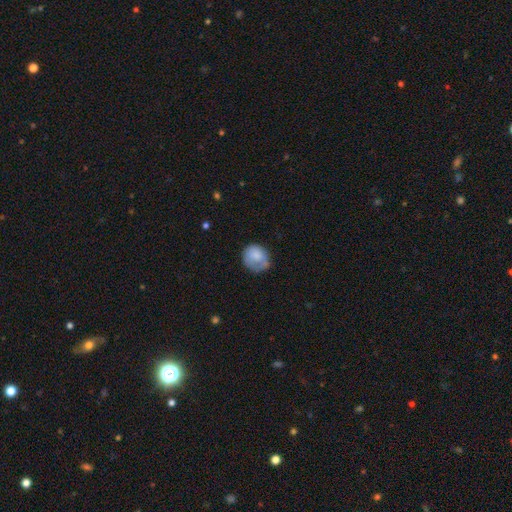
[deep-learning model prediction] smooth-or-featured: smooth: 75% | featured or disk: 18% | star or artifact: 7%
  how-rounded: round: 70% | in between: 29% | cigar-shaped: 1%
  merging: none: 52% | minor disturbance: 30% | major disturbance: 16% | merger: 2%